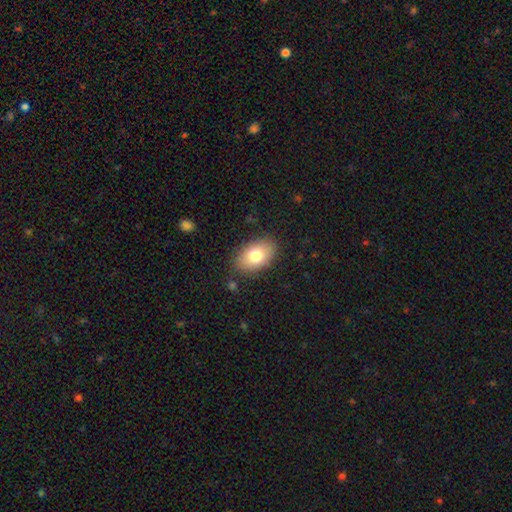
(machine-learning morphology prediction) type=smooth (78%); roundness=in between (90%); merging=none (84%).